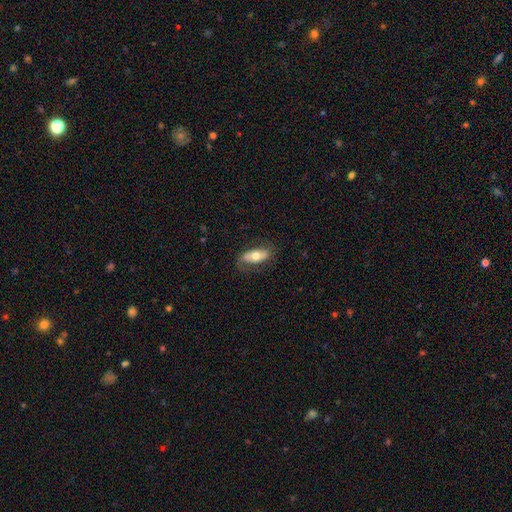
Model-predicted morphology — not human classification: Overall: smooth (56%; featured or disk 37%). How rounded: in between (78%). Merging: none (72%).